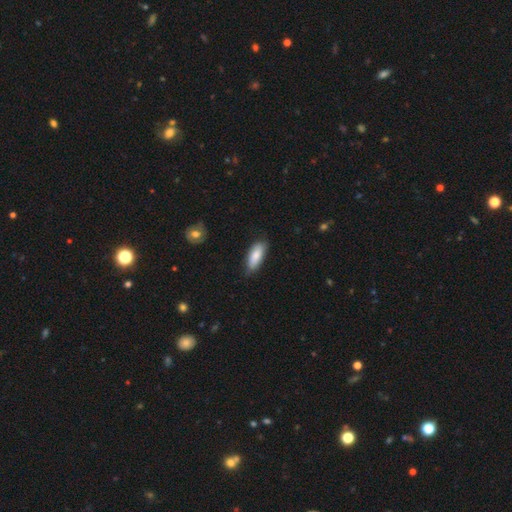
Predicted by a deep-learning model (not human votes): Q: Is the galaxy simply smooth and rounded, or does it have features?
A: smooth — 83%.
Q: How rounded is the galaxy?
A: in between — 74%.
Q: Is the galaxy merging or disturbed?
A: none — 78%.